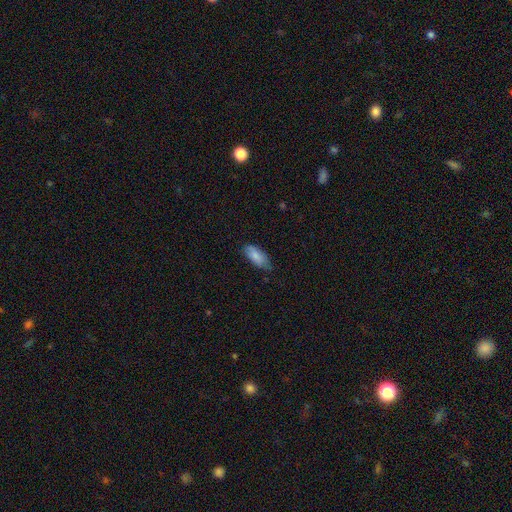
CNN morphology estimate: Overall: smooth (83%). How rounded: in between (86%). Merging: none (66%; minor disturbance 28%).